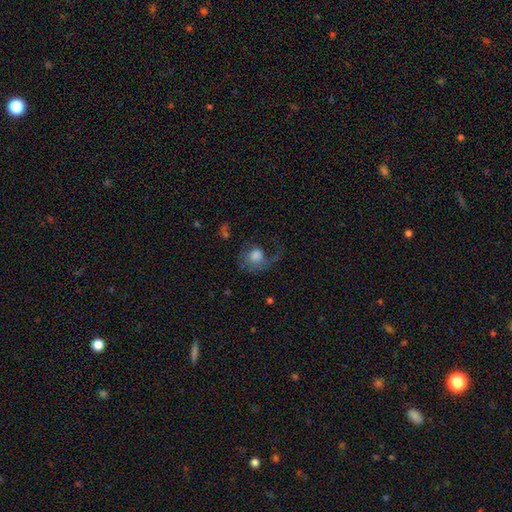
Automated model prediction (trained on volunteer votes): smooth_or_featured: smooth (p=0.50) [alt: featured or disk p=0.41]
how_rounded: round (p=0.71) [alt: in between p=0.28]
merging: major disturbance (p=0.48) [alt: none p=0.31]